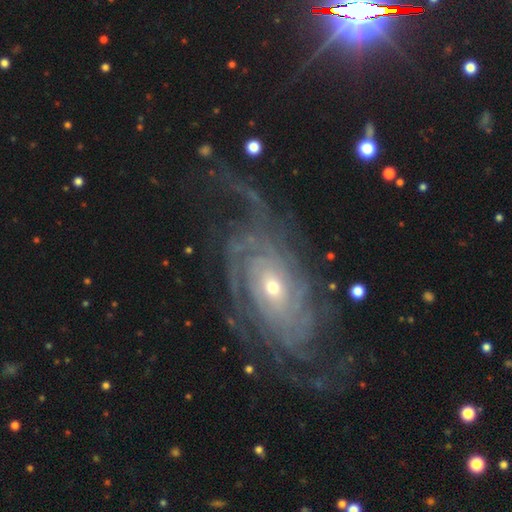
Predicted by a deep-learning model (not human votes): The model was most divided on "spiral arm count": can't tell: 33%, 2: 19%, 3: 16%, 4: 14%, more than 4: 10%, 1: 8%. More confident: spiral arms — yes (96%); edge-on disk — no (94%); smooth or featured — featured or disk (86%); bar — no (70%); merging — none (68%); spiral winding — tight (66%); bulge size — small (61%).